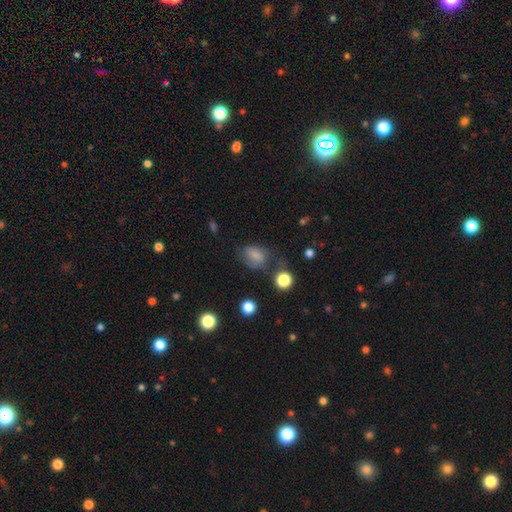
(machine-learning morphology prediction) A smooth galaxy with no disk features (75%) that is in between round and cigar-shaped (71%). Merging: none (49%).